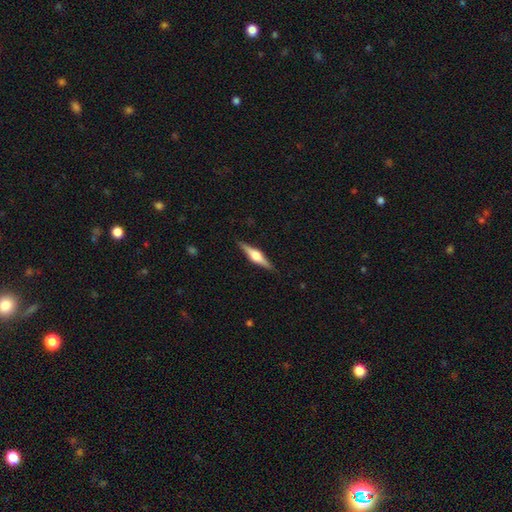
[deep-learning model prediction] smooth_or_featured: featured or disk (p=0.74) [alt: smooth p=0.21]
disk_edge_on: yes (p=0.98) [alt: no p=0.02]
edge_on_bulge: rounded (p=0.93) [alt: boxy p=0.05]
merging: none (p=0.90) [alt: minor disturbance p=0.08]